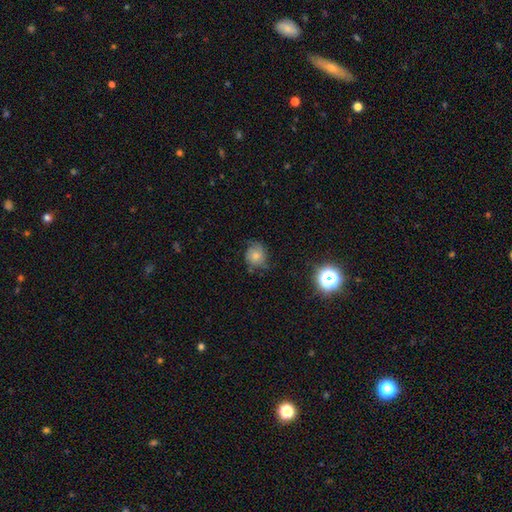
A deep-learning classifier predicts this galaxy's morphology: Q: Smooth or featured?
A: smooth (69%); runner-up: featured or disk (18%)
Q: How rounded?
A: round (76%); runner-up: in between (23%)
Q: Merging?
A: none (62%); runner-up: minor disturbance (28%)